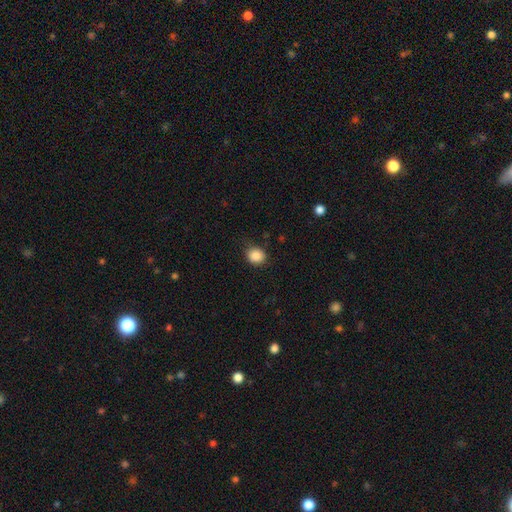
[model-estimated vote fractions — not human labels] A smooth galaxy with no disk features (87%) that is round (76%). Merging: none (82%).